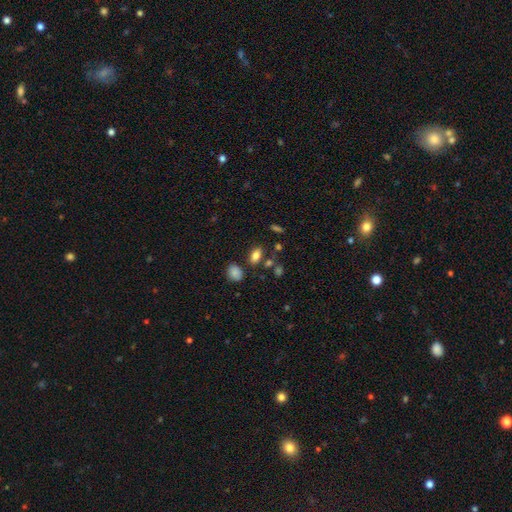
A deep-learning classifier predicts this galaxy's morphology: A smooth galaxy with no disk features (81%) that is in between round and cigar-shaped (85%). Merging: none (77%).